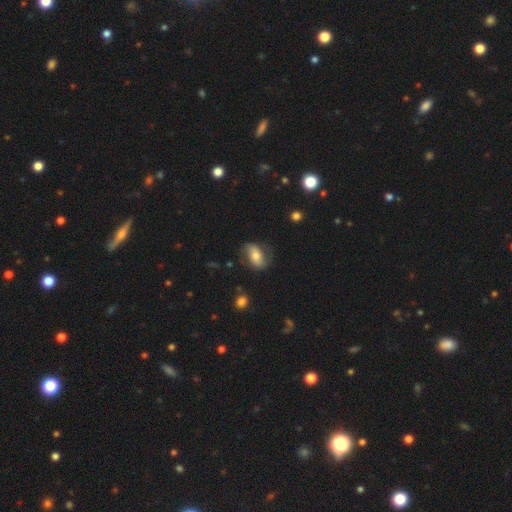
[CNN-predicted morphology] smooth-or-featured: featured or disk: 52% | smooth: 40% | star or artifact: 8%
  disk-edge-on: no: 93% | yes: 7%
  merging: none: 66% | minor disturbance: 21% | major disturbance: 11% | merger: 2%